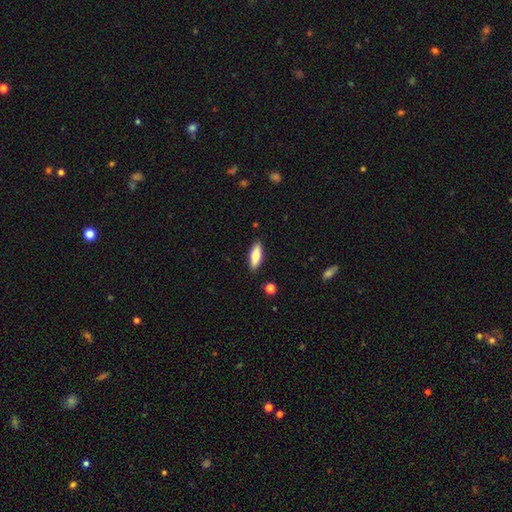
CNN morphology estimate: Q: Smooth or featured?
A: smooth (71%); runner-up: featured or disk (22%)
Q: How rounded?
A: in between (58%); runner-up: cigar-shaped (40%)
Q: Merging?
A: none (89%); runner-up: minor disturbance (8%)